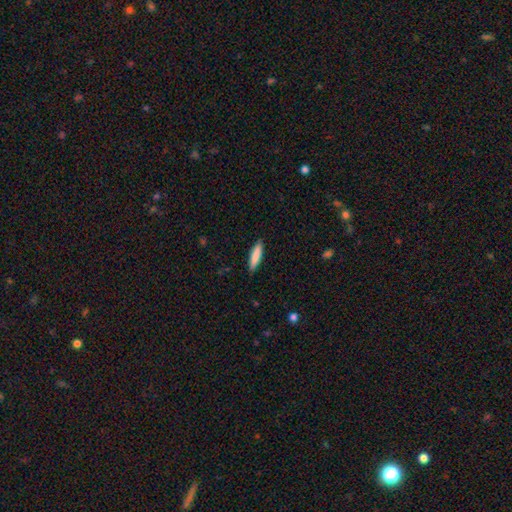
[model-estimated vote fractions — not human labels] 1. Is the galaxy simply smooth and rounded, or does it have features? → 85% smooth, 9% featured or disk, 6% star or artifact.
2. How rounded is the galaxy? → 79% cigar-shaped, 20% in between, 1% round.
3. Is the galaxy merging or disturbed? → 87% none, 10% minor disturbance, 2% major disturbance, 1% merger.